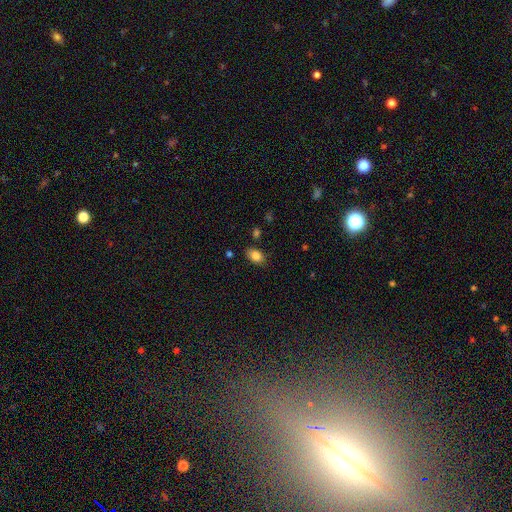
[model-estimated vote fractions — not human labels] smooth 83%, star or artifact 9%, featured or disk 8%. Down the decision tree: how rounded — in between (84%); merging — none (82%).